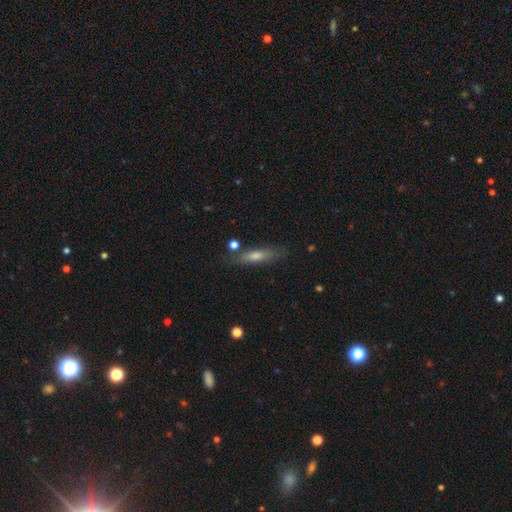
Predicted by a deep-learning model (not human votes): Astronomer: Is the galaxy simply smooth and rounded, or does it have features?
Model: smooth — 53% (runner-up: featured or disk, 38%).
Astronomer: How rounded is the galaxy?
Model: cigar-shaped — 80%.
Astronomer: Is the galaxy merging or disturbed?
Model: none — 79%.